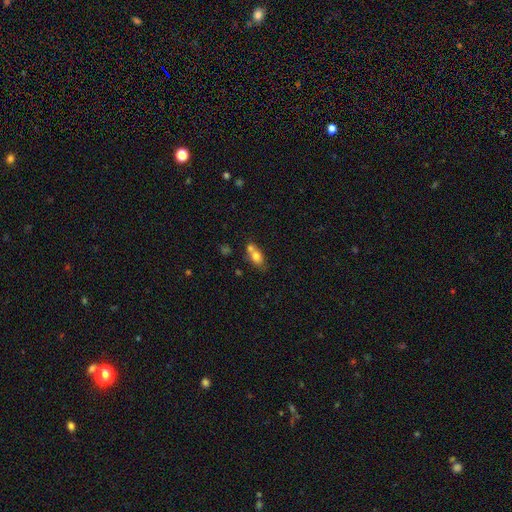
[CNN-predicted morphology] A smooth galaxy with no disk features (74%) that is in between round and cigar-shaped (72%).

Vote fractions:
- Smooth or featured? smooth: 74% / featured or disk: 16% / star or artifact: 10%
- How rounded? in between: 72% / round: 23% / cigar-shaped: 5%
- Merging? merger: 49% / none: 35% / minor disturbance: 12% / major disturbance: 5%